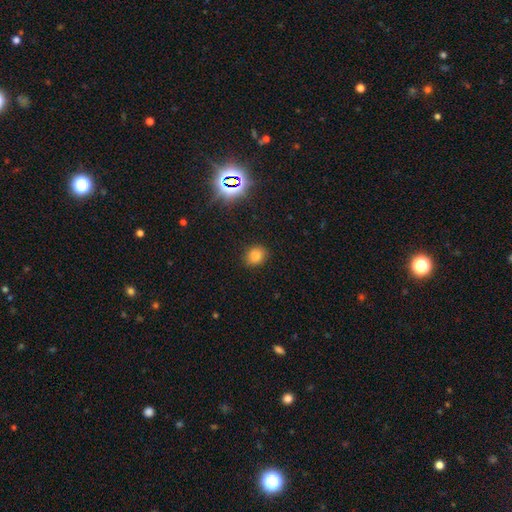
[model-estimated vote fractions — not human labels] A smooth galaxy with no disk features (79%) that is round (68%).

Vote fractions:
- Smooth or featured? smooth: 79% / star or artifact: 15% / featured or disk: 5%
- How rounded? round: 68% / in between: 31% / cigar-shaped: 1%
- Merging? none: 85% / minor disturbance: 11% / major disturbance: 3% / merger: 1%